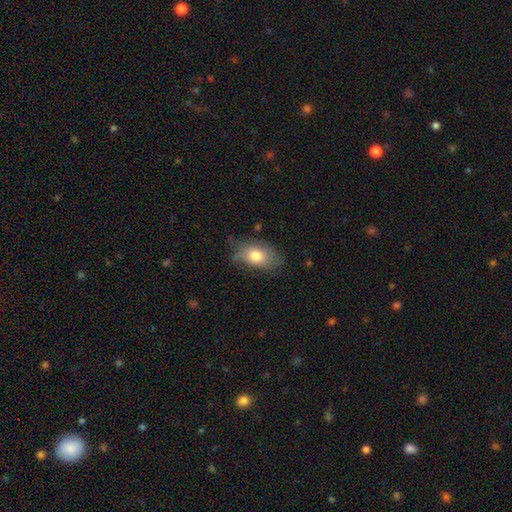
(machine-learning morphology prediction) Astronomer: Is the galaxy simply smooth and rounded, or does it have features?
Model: smooth — 77%.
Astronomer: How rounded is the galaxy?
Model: in between — 88%.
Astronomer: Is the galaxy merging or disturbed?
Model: none — 65%.